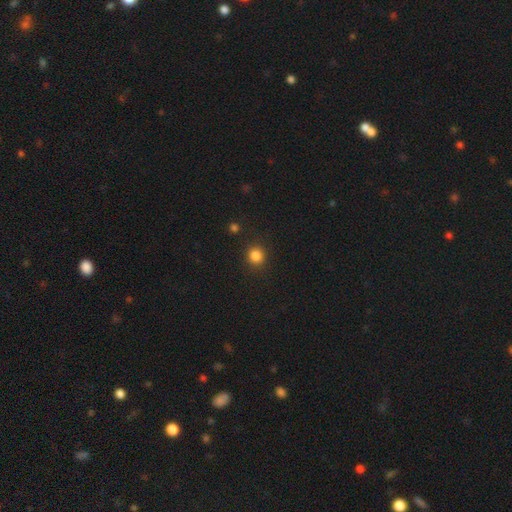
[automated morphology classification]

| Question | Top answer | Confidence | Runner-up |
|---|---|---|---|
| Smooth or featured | smooth | 84% | star or artifact (12%) |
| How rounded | round | 90% | in between (9%) |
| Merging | none | 89% | minor disturbance (6%) |